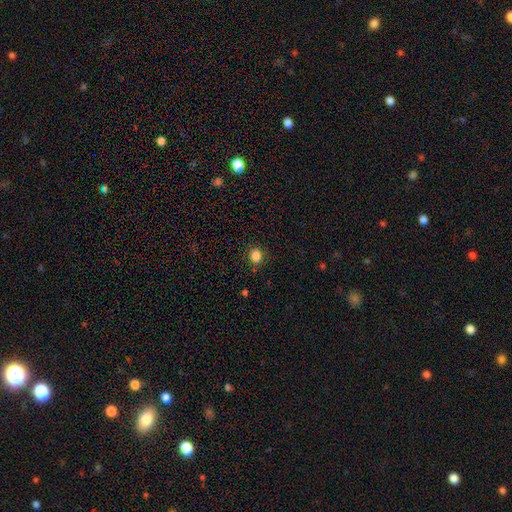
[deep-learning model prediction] smooth 85%, star or artifact 12%, featured or disk 4%. Down the decision tree: how rounded — round (79%); merging — none (88%).